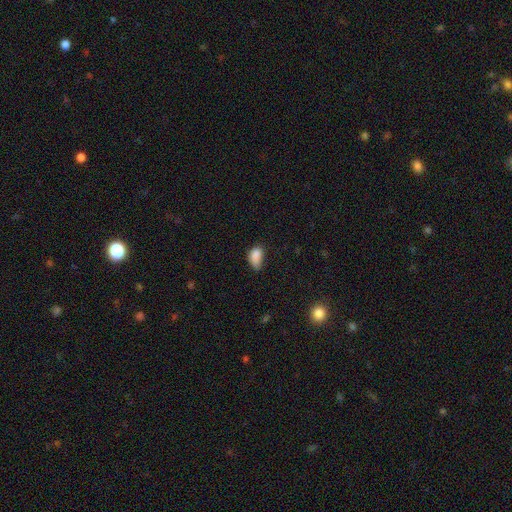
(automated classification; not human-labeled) Smooth or featured?
  - smooth: 84% *
  - star or artifact: 10%
  - featured or disk: 7%
How rounded?
  - in between: 88% *
  - round: 10%
  - cigar-shaped: 2%
Merging?
  - minor disturbance: 43% *
  - none: 35%
  - major disturbance: 17%
  - merger: 4%